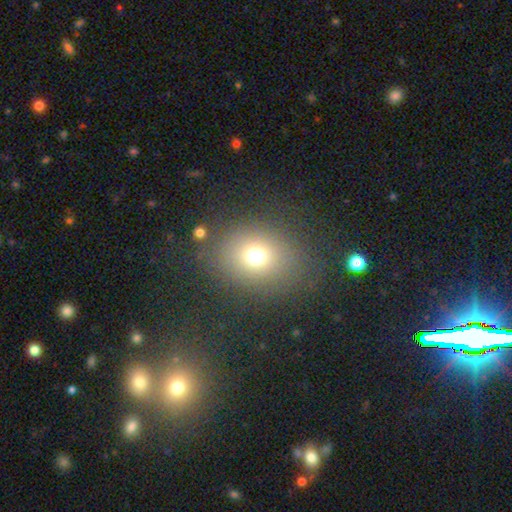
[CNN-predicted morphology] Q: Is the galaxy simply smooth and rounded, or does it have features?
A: smooth — 70%.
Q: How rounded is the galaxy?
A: round — 60%.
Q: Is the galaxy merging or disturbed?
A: none — 78%.